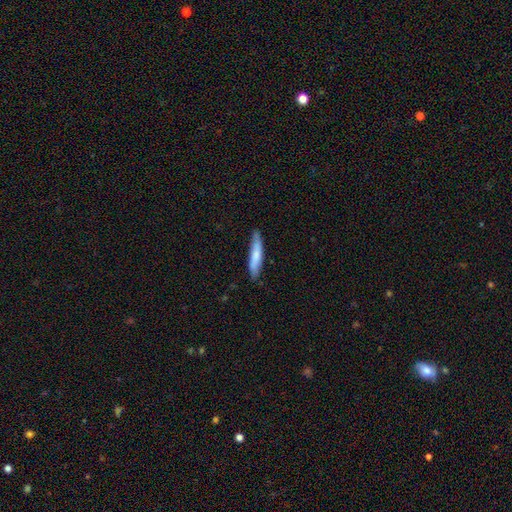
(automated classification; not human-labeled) smooth-or-featured: smooth: 73% | featured or disk: 22% | star or artifact: 5%
  how-rounded: cigar-shaped: 86% | in between: 13% | round: 1%
  merging: none: 79% | minor disturbance: 17% | major disturbance: 3% | merger: 1%